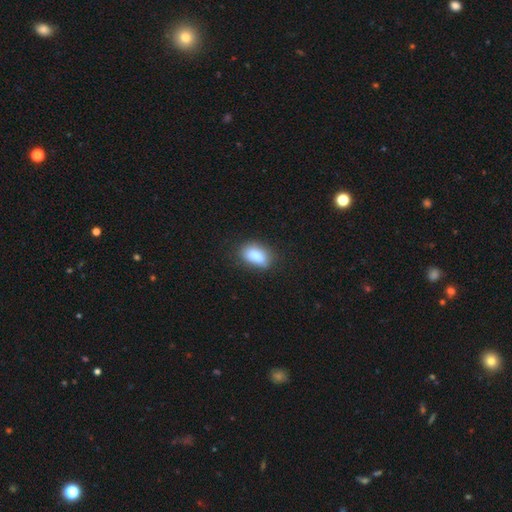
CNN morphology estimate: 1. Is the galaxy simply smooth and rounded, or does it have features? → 86% smooth, 8% star or artifact, 7% featured or disk.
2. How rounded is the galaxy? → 89% in between, 7% round, 4% cigar-shaped.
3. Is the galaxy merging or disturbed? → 74% none, 20% minor disturbance, 4% major disturbance, 2% merger.